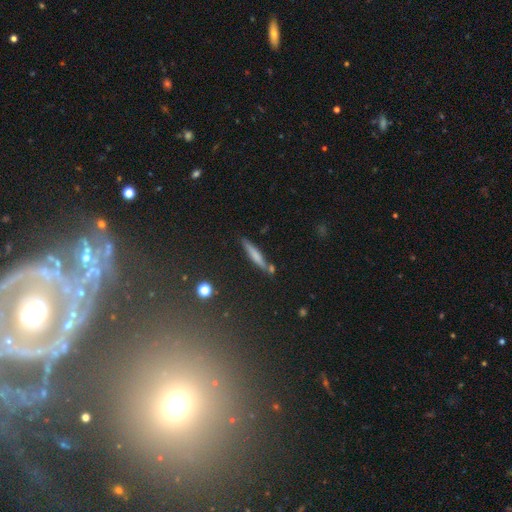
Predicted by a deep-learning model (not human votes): Smooth or featured: smooth — 61% (featured or disk — 29%)
How rounded: cigar-shaped — 91% (in between — 6%)
Merging: none — 77% (minor disturbance — 12%)